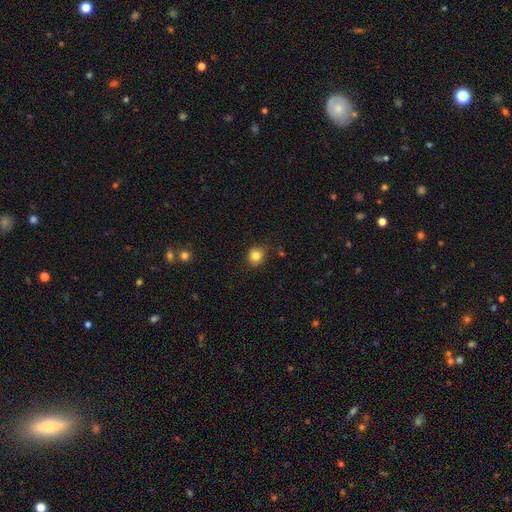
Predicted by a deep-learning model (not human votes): This is clearly a smooth galaxy (83%). How rounded: clearly round (81%). Merging: likely none (79%).